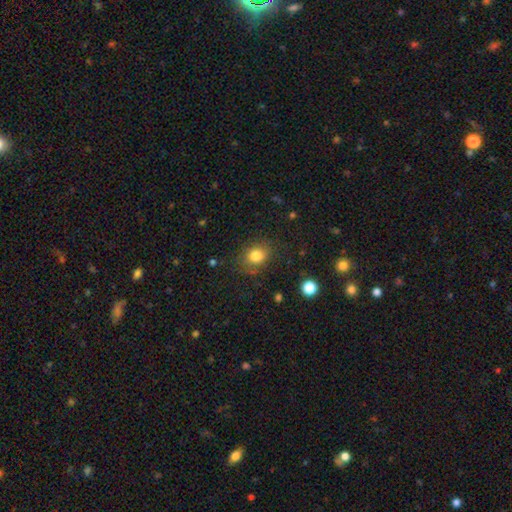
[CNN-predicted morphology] Q: Smooth or featured?
A: smooth (80%); runner-up: star or artifact (11%)
Q: How rounded?
A: round (55%); runner-up: in between (44%)
Q: Merging?
A: none (77%); runner-up: minor disturbance (16%)